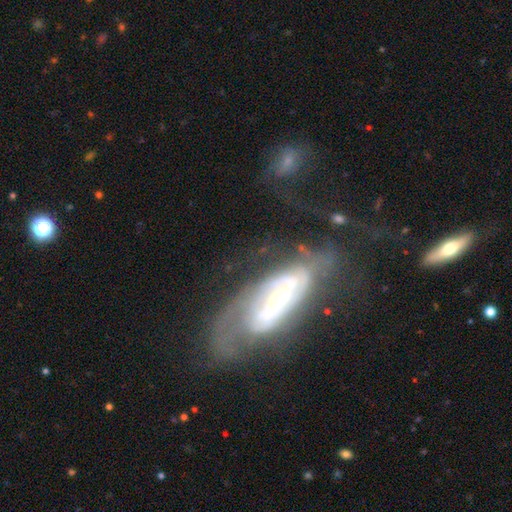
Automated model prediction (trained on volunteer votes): Morphology: type=featured or disk (75%); edge-on=no (88%); bar=no (63%); spiral arms=yes (70%); bulge=small (51%); merging=none (44%).